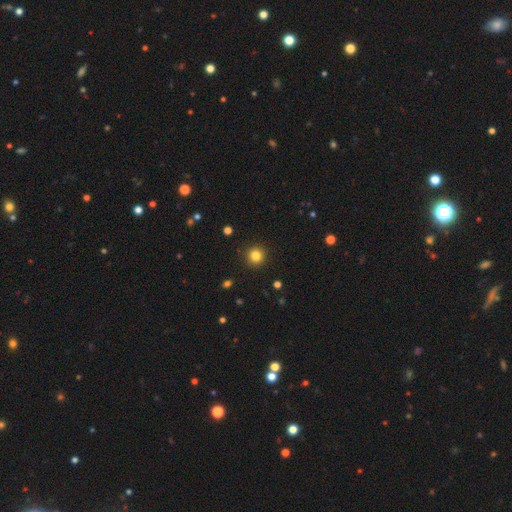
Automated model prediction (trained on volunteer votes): This is clearly a smooth galaxy (82%). How rounded: clearly round (94%). Merging: clearly none (92%).